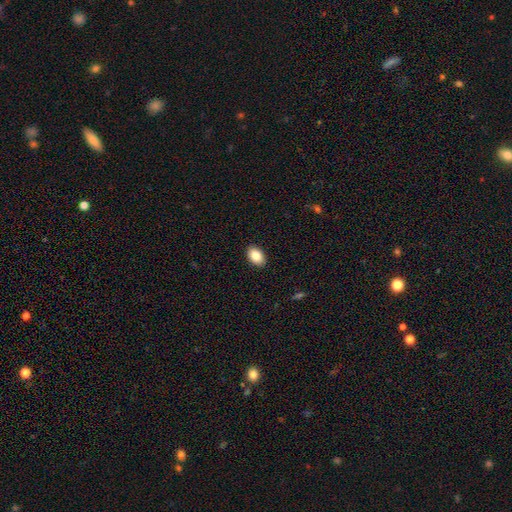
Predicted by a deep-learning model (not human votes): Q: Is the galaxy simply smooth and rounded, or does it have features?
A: smooth — 85%.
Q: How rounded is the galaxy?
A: in between — 87%.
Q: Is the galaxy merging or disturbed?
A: none — 90%.